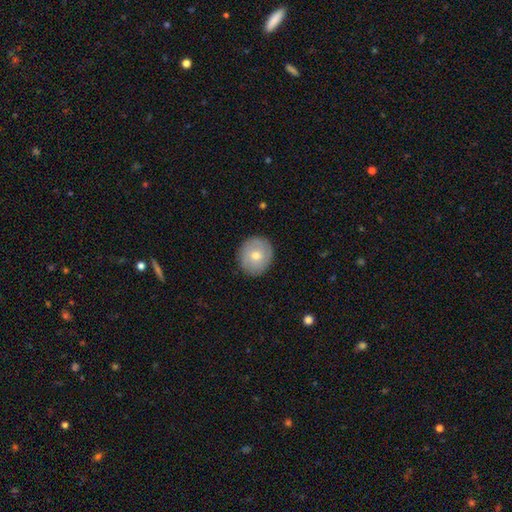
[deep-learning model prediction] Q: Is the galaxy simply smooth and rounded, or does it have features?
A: smooth — 62%.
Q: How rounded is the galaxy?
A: round — 88%.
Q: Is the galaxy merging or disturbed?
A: none — 89%.